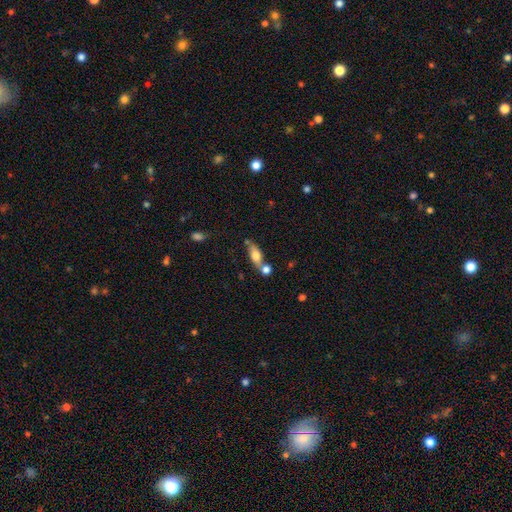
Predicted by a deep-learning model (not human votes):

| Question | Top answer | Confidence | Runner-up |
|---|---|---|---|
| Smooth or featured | smooth | 68% | featured or disk (24%) |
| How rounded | in between | 70% | cigar-shaped (23%) |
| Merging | none | 48% | merger (35%) |